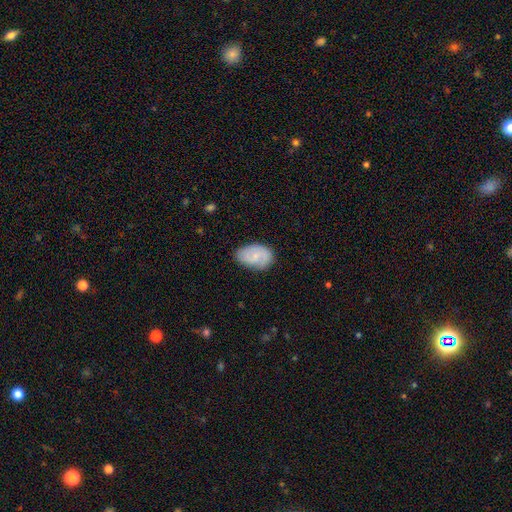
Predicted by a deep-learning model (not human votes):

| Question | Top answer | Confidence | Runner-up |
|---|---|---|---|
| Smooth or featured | smooth | 59% | featured or disk (35%) |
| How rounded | in between | 87% | round (12%) |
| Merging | none | 71% | minor disturbance (23%) |